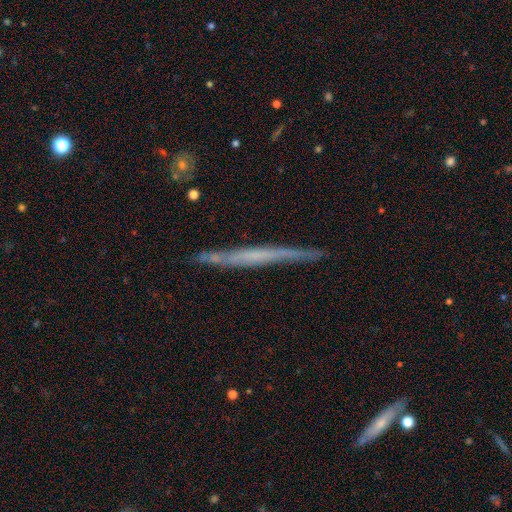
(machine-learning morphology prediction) This appears to be a featured or disk galaxy (62%) viewed edge-on (96%) with no central bulge (83%). Merging: none (84%).